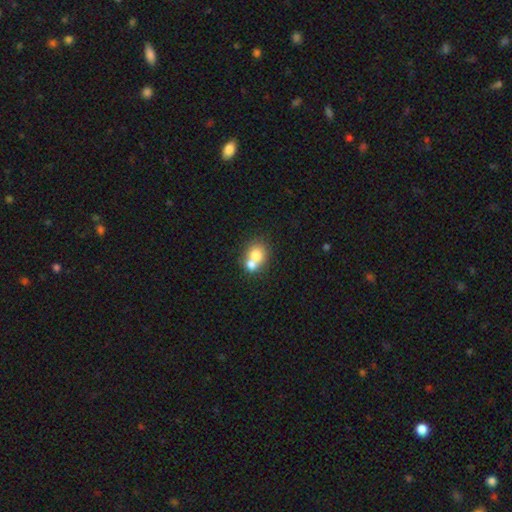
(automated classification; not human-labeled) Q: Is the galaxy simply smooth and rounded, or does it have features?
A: smooth — 72%.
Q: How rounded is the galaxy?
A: round — 68%.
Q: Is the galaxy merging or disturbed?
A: merger — 63%.